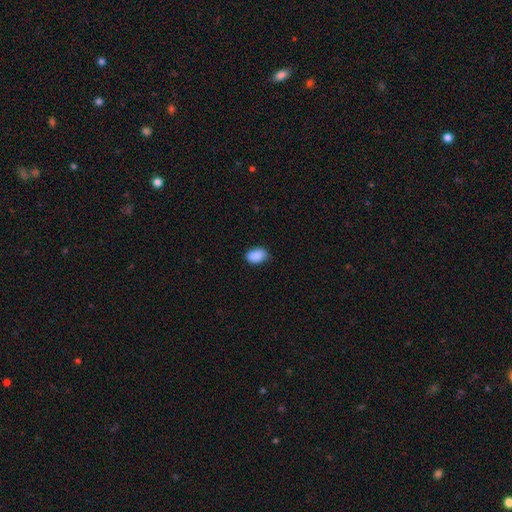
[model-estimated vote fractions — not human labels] This appears to be a smooth galaxy with no disk features (89%) that is in between round and cigar-shaped (87%). Merging: none (75%).